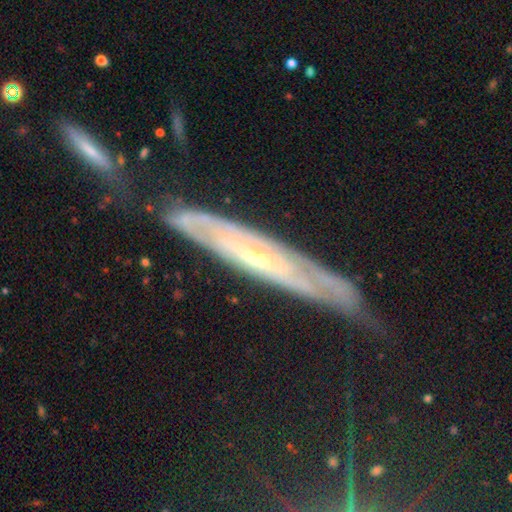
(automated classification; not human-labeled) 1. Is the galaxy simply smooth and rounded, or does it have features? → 79% featured or disk, 12% smooth, 9% star or artifact.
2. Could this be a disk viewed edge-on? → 57% no, 43% yes.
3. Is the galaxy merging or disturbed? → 75% none, 17% minor disturbance, 5% major disturbance, 3% merger.